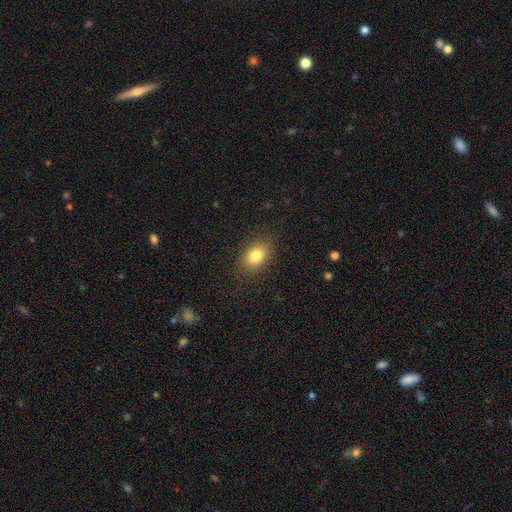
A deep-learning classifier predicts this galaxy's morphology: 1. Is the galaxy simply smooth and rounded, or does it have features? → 82% smooth, 9% star or artifact, 9% featured or disk.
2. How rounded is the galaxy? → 83% in between, 15% round, 2% cigar-shaped.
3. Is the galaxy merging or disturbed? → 85% none, 11% minor disturbance, 4% major disturbance, 1% merger.